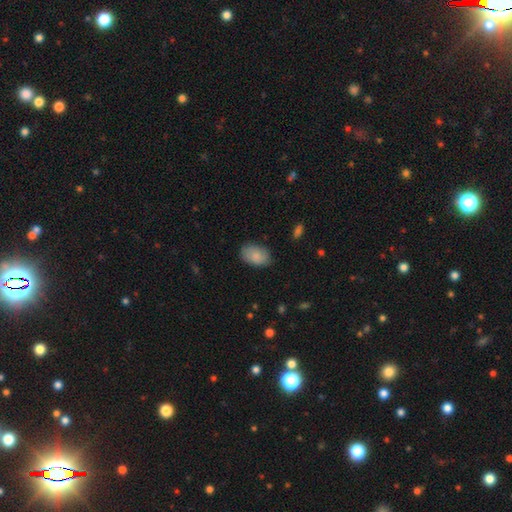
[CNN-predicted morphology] type=smooth (84%); roundness=in between (89%); merging=none (81%).